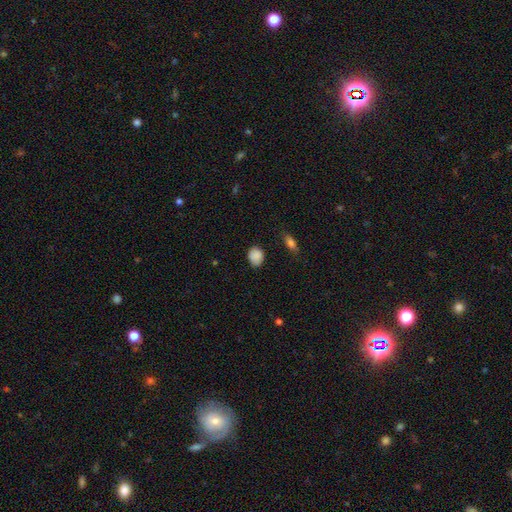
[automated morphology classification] smooth_or_featured: smooth (p=0.88) [alt: star or artifact p=0.08]
how_rounded: round (p=0.51) [alt: in between p=0.48]
merging: none (p=0.78) [alt: minor disturbance p=0.17]